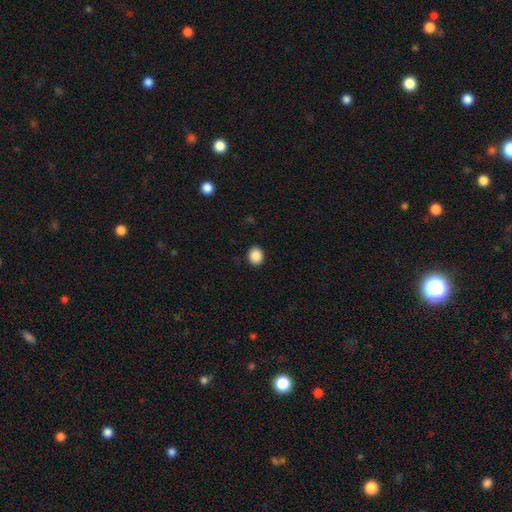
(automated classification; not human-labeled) Smooth or featured? smooth (89%)
How rounded? round (64%)
Merging? none (91%)